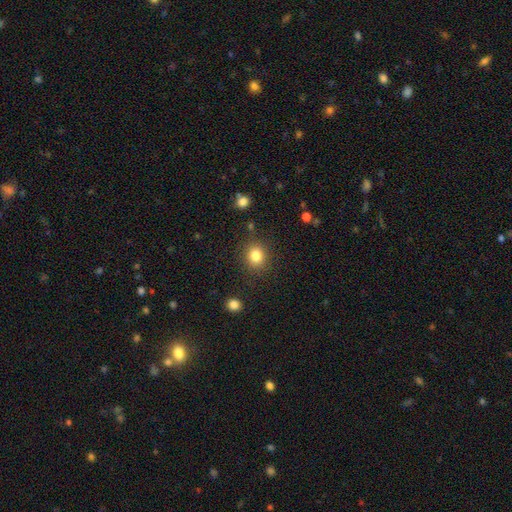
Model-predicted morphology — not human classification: smooth 83%, star or artifact 11%, featured or disk 6%. Down the decision tree: how rounded — round (75%); merging — none (86%).